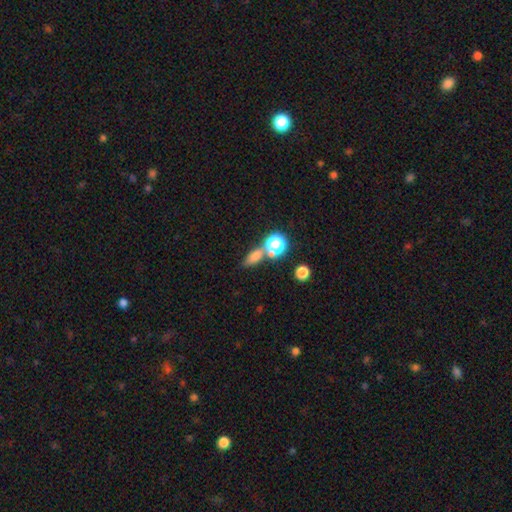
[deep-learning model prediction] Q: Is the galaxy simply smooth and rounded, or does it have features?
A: smooth — 66%.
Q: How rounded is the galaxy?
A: in between — 56%.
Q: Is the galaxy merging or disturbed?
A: none — 59%.